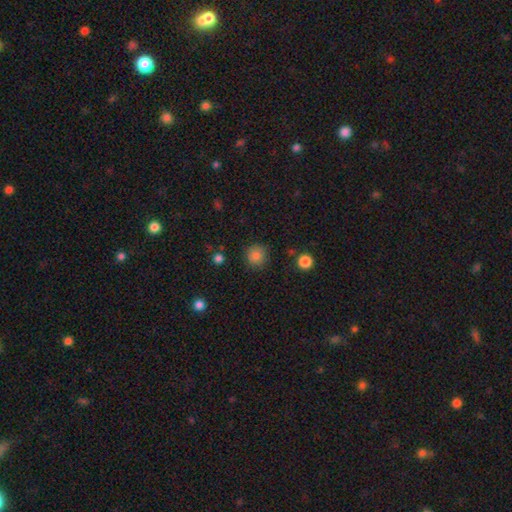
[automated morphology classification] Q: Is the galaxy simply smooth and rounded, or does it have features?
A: smooth — 84%.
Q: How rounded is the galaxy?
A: round — 94%.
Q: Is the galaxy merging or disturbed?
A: none — 88%.